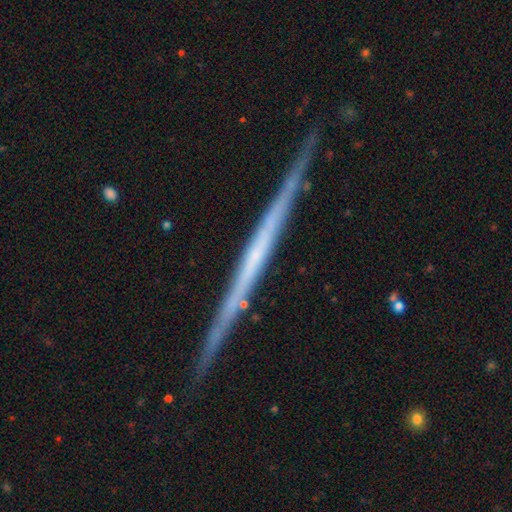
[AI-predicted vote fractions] This is likely a featured or disk galaxy (75%). It is clearly viewed edge-on (97%). Edge-on bulge: clearly none (87%). Merging: clearly none (88%).